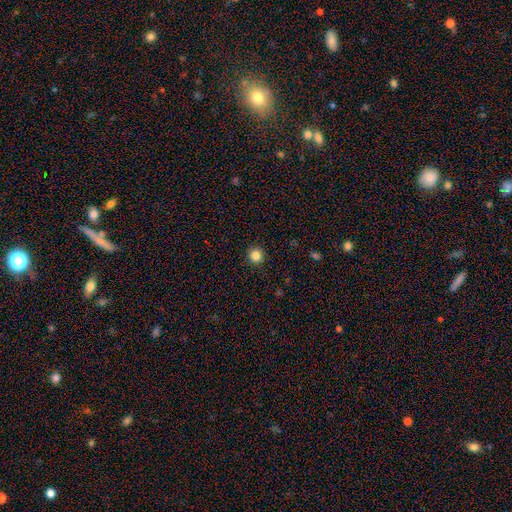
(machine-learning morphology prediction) Smooth or featured? Predicted: smooth (p=0.85). How rounded? Predicted: round (p=0.94). Merging? Predicted: none (p=0.92).